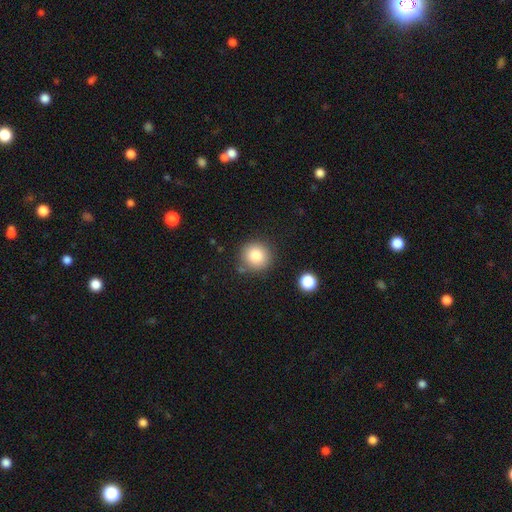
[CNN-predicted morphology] Q: Smooth or featured?
A: smooth (83%); runner-up: star or artifact (10%)
Q: How rounded?
A: round (92%); runner-up: in between (7%)
Q: Merging?
A: none (81%); runner-up: minor disturbance (11%)